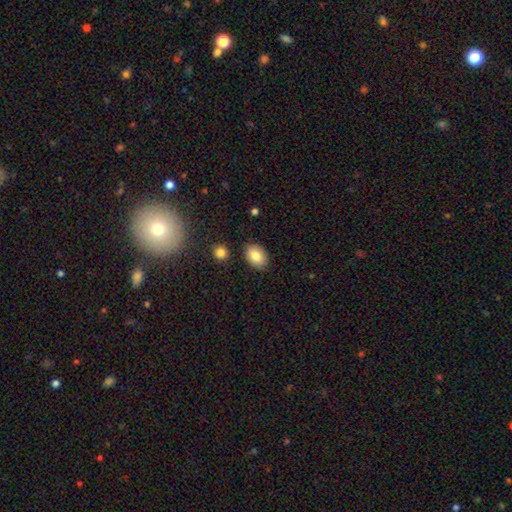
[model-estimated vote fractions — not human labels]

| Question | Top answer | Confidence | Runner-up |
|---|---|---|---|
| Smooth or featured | smooth | 82% | featured or disk (10%) |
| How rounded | in between | 84% | round (15%) |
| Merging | none | 86% | minor disturbance (9%) |